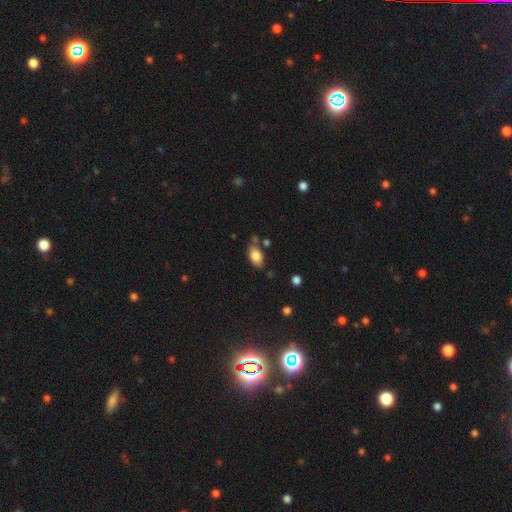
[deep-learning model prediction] A smooth galaxy with no disk features (84%) that is in between round and cigar-shaped (92%).

Vote fractions:
- Smooth or featured? smooth: 84% / featured or disk: 8% / star or artifact: 8%
- How rounded? in between: 92% / round: 6% / cigar-shaped: 2%
- Merging? none: 71% / minor disturbance: 16% / merger: 9% / major disturbance: 4%